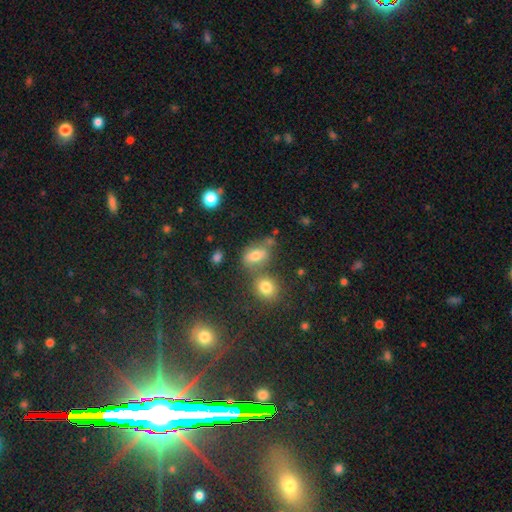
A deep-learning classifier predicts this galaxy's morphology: smooth 69%, star or artifact 16%, featured or disk 15%. Down the decision tree: how rounded — in between (76%); merging — none (53%).